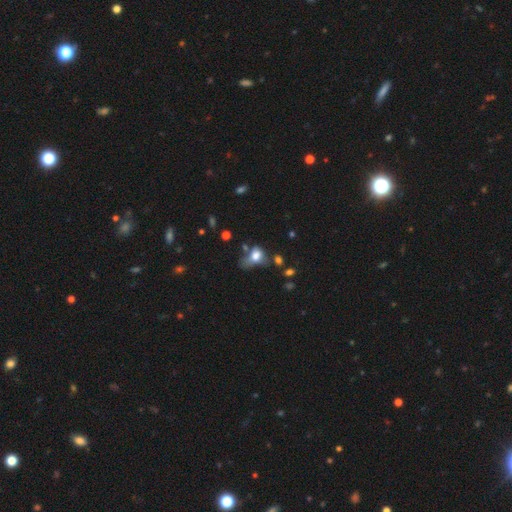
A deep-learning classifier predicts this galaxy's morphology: This appears to be a smooth galaxy with no disk features (71%) that is in between round and cigar-shaped (71%). Merging: major disturbance (37%).